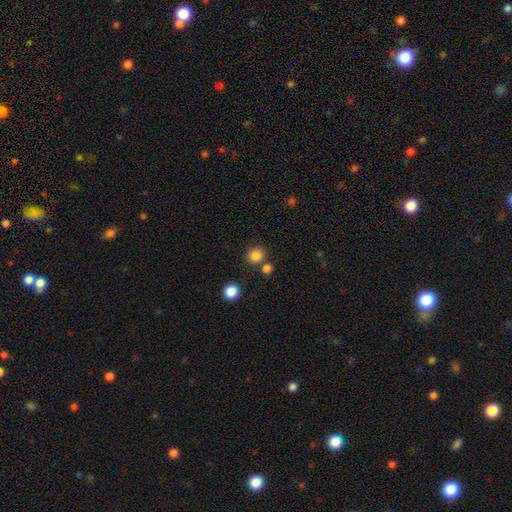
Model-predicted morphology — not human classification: Q: Smooth or featured?
A: smooth (84%); runner-up: star or artifact (12%)
Q: How rounded?
A: round (84%); runner-up: in between (16%)
Q: Merging?
A: none (78%); runner-up: merger (11%)